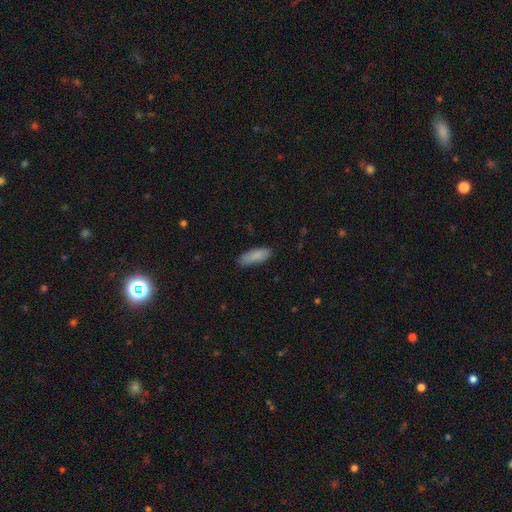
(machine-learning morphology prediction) Overall: smooth (87%). How rounded: in between (63%; cigar-shaped 35%). Merging: none (84%).